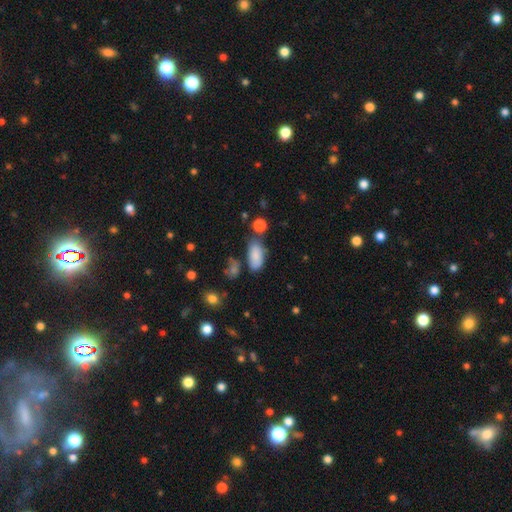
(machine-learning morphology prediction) Smooth or featured? smooth (84%)
How rounded? in between (90%)
Merging? none (59%)